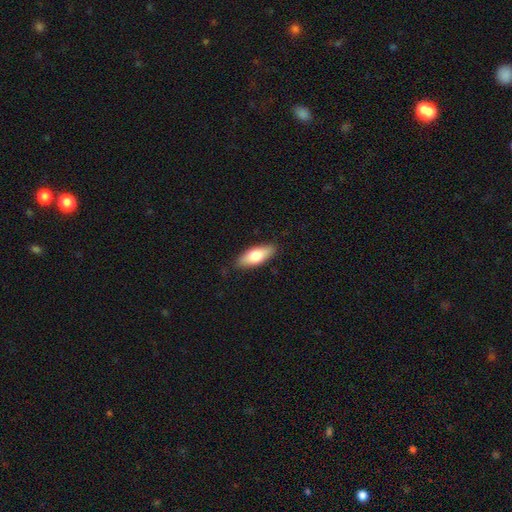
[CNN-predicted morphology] This appears to be a smooth galaxy with no disk features (75%) that is in between round and cigar-shaped (77%). Merging: none (87%).